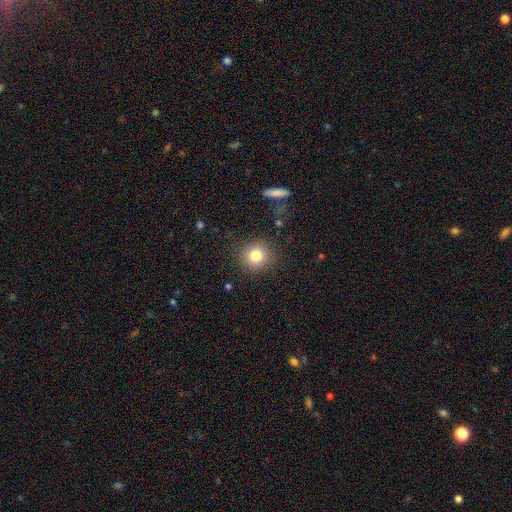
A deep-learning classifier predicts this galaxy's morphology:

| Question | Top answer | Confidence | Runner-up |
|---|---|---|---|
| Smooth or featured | smooth | 80% | star or artifact (12%) |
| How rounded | round | 91% | in between (8%) |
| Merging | none | 89% | minor disturbance (7%) |